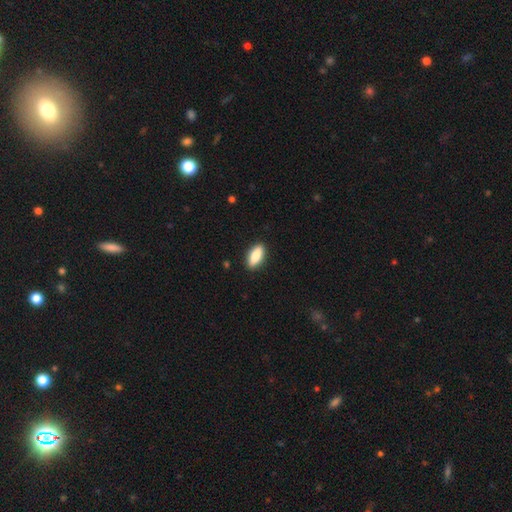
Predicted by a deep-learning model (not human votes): Q: Smooth or featured?
A: smooth (84%); runner-up: featured or disk (10%)
Q: How rounded?
A: in between (79%); runner-up: cigar-shaped (18%)
Q: Merging?
A: none (89%); runner-up: minor disturbance (8%)